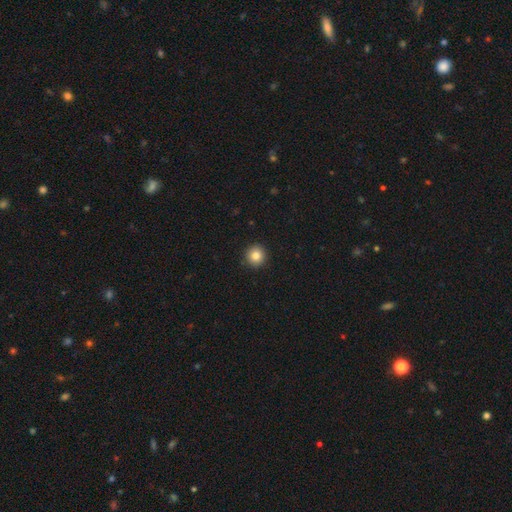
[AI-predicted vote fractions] smooth_or_featured: smooth (p=0.83) [alt: star or artifact p=0.10]
how_rounded: round (p=0.95) [alt: in between p=0.04]
merging: none (p=0.93) [alt: minor disturbance p=0.05]